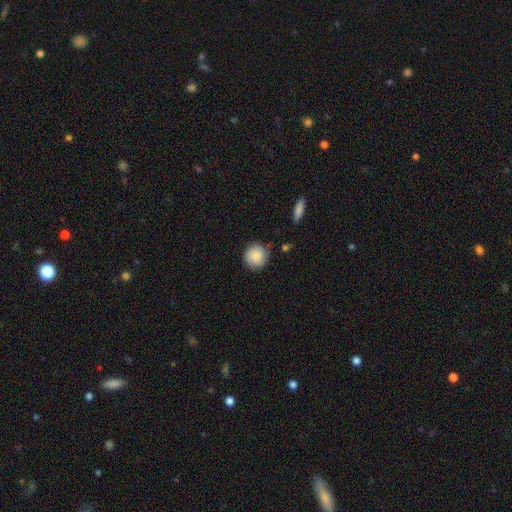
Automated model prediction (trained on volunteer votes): Morphology: type=smooth (83%); roundness=round (92%); merging=none (82%).